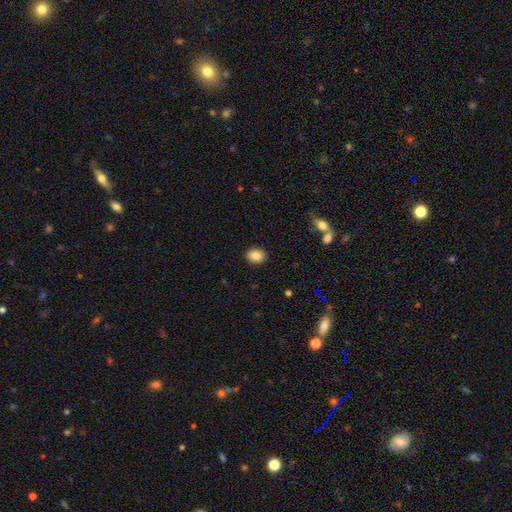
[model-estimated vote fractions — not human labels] Q: Smooth or featured?
A: smooth (87%); runner-up: star or artifact (8%)
Q: How rounded?
A: in between (58%); runner-up: round (40%)
Q: Merging?
A: none (89%); runner-up: minor disturbance (8%)